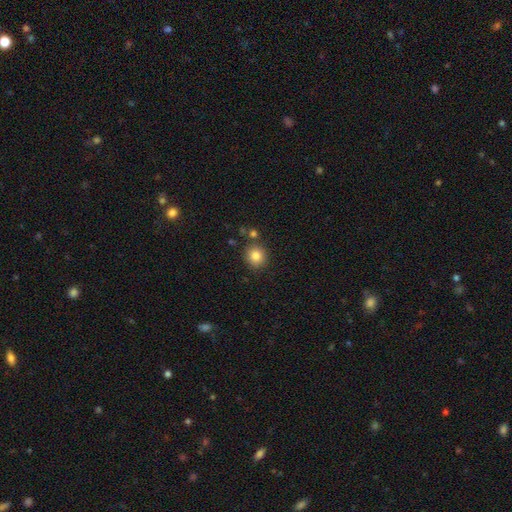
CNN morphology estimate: This appears to be a smooth galaxy with no disk features (84%) that is round (90%). Merging: none (83%).